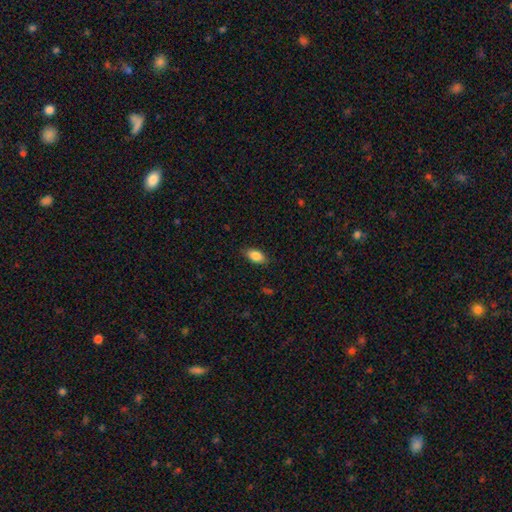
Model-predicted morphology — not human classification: smooth_or_featured: smooth (p=0.85) [alt: featured or disk p=0.07]
how_rounded: in between (p=0.89) [alt: cigar-shaped p=0.06]
merging: none (p=0.85) [alt: minor disturbance p=0.12]